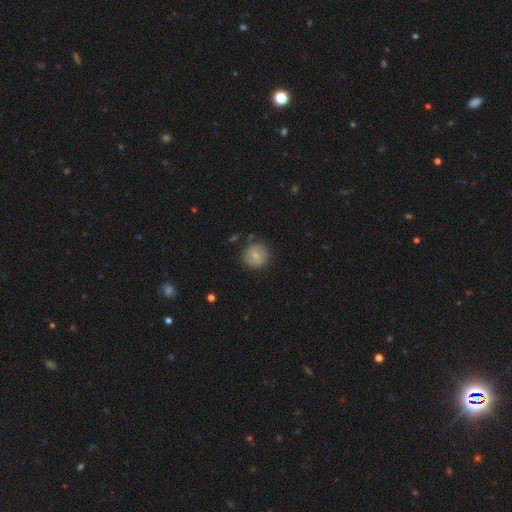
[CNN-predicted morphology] Q: Smooth or featured?
A: smooth (67%); runner-up: featured or disk (25%)
Q: How rounded?
A: round (92%); runner-up: in between (7%)
Q: Merging?
A: none (81%); runner-up: minor disturbance (14%)